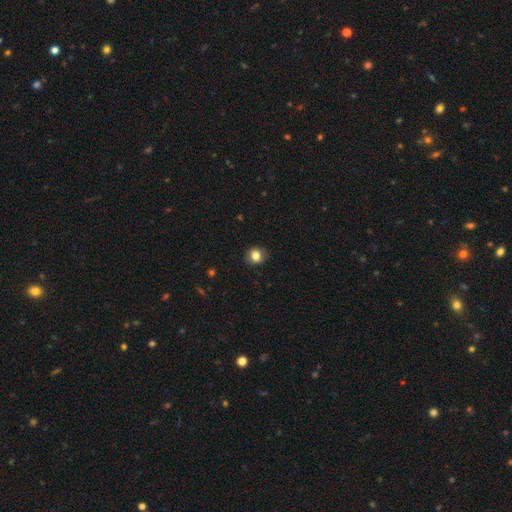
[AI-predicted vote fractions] Overall: smooth (82%). How rounded: round (78%). Merging: none (87%).